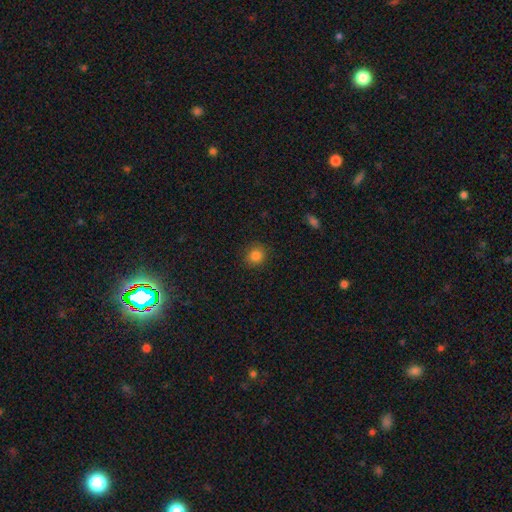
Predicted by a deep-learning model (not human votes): The model was most divided on "smooth or featured": smooth: 83%, star or artifact: 12%, featured or disk: 5%. More confident: merging — none (90%); how rounded — round (86%).